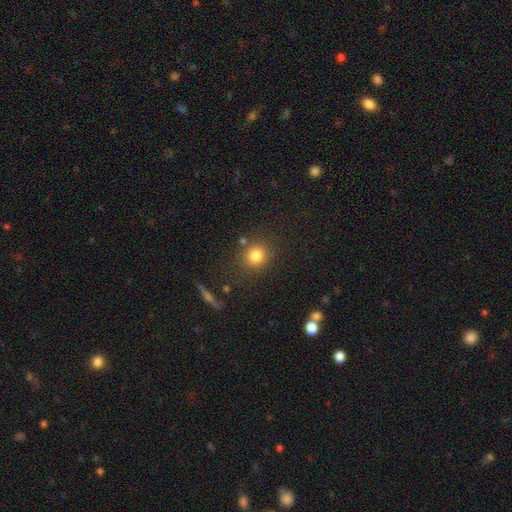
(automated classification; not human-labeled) Smooth or featured: smooth — 81% (star or artifact — 12%)
How rounded: round — 87% (in between — 12%)
Merging: none — 80% (minor disturbance — 10%)